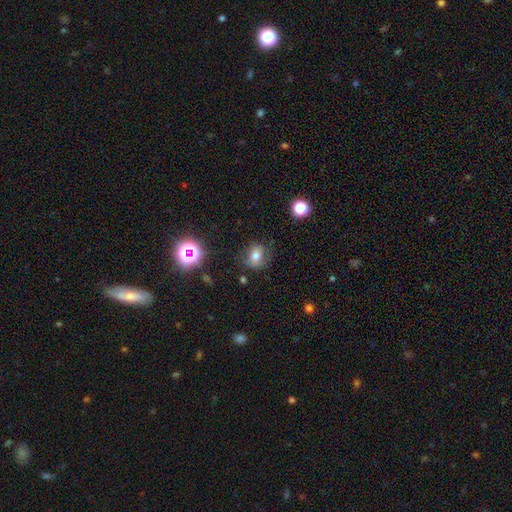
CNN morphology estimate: This appears to be a smooth galaxy with no disk features (68%) that is round (66%). Merging: none (73%).